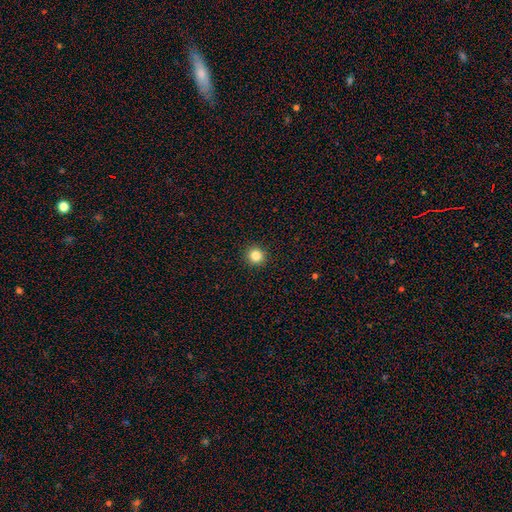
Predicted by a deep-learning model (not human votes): A smooth galaxy with no disk features (83%) that is round (95%). Merging: none (93%).